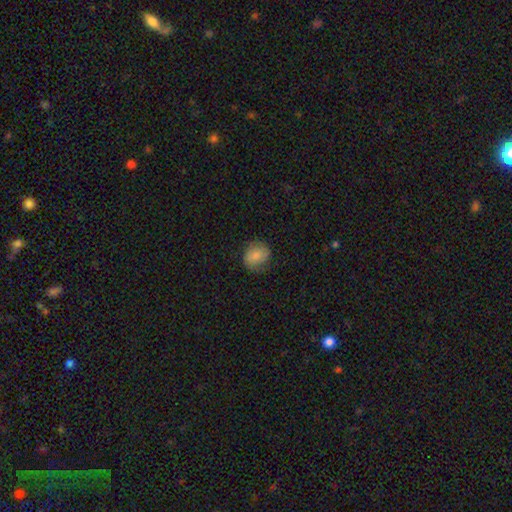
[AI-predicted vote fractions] smooth_or_featured: smooth (p=0.75) [alt: featured or disk p=0.17]
how_rounded: round (p=0.67) [alt: in between p=0.32]
merging: none (p=0.67) [alt: minor disturbance p=0.23]